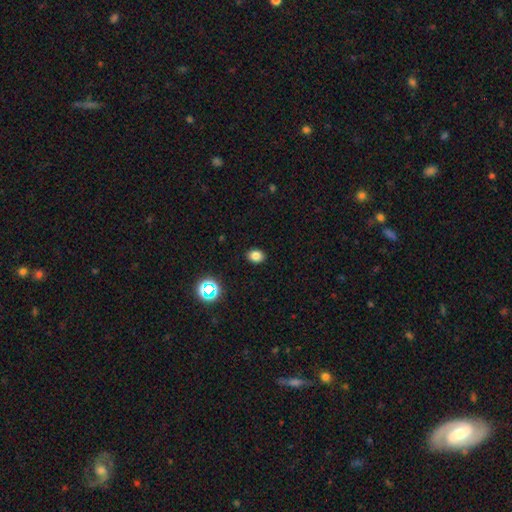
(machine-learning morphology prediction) Smooth or featured: smooth — 80% (star or artifact — 15%)
How rounded: in between — 57% (round — 42%)
Merging: none — 90% (minor disturbance — 7%)